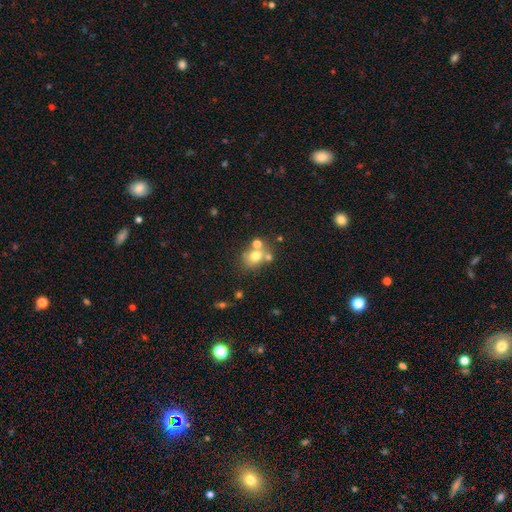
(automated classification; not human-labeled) Smooth or featured? Predicted: smooth (p=0.67). How rounded? Predicted: round (p=0.62). Merging? Predicted: none (p=0.51).